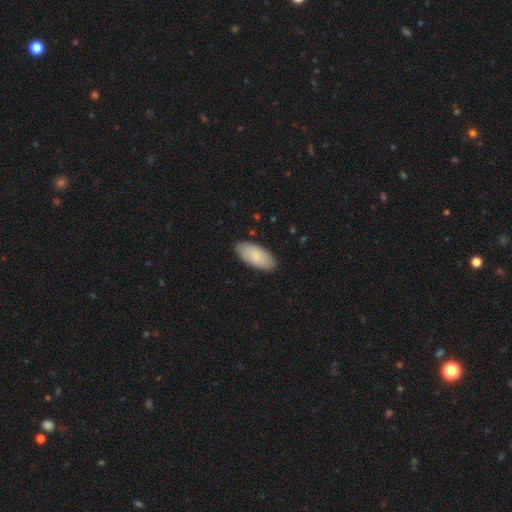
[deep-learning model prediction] Morphology: type=smooth (86%); roundness=in between (91%); merging=none (87%).